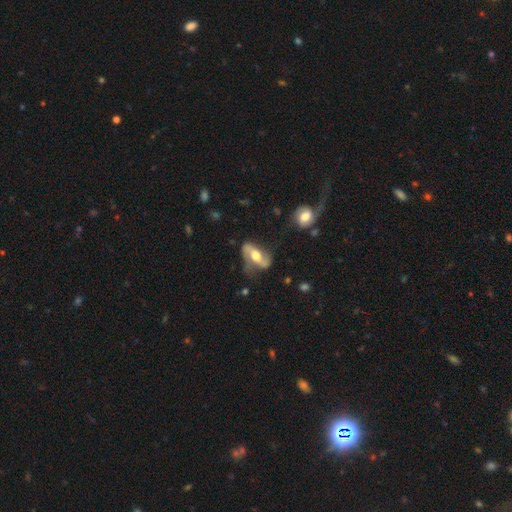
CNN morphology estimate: Smooth or featured? featured or disk (76%)
Edge-on disk? no (91%)
Bar? no (39%)
Spiral arms? yes (89%)
Spiral winding? loose (61%)
Spiral arm count? 2 (90%)
Bulge size? moderate (60%)
Merging? none (57%)